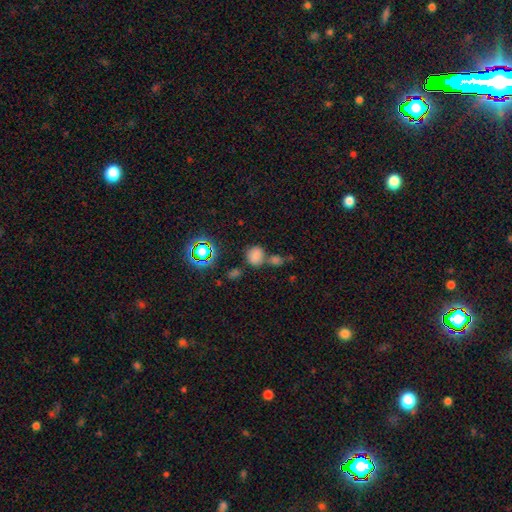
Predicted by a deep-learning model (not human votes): smooth 72%, star or artifact 20%, featured or disk 8%. Down the decision tree: how rounded — round (73%); merging — none (52%).